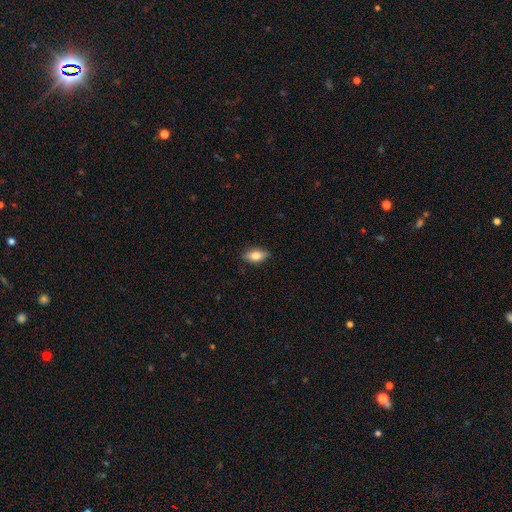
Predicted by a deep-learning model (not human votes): Smooth or featured? Predicted: smooth (p=0.76). How rounded? Predicted: in between (p=0.84). Merging? Predicted: none (p=0.86).